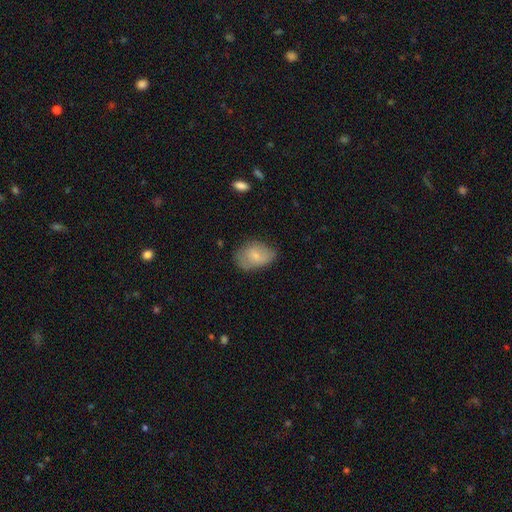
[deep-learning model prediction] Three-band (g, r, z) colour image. It shows a smooth galaxy with no disk features (68%) that is in between round and cigar-shaped (76%). Merging: none (58%).